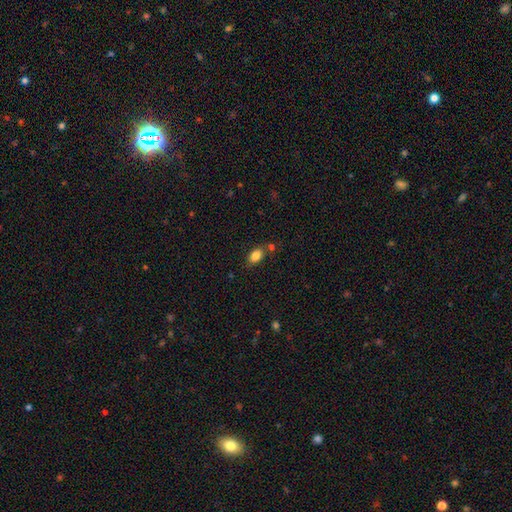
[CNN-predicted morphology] A smooth galaxy with no disk features (84%) that is in between round and cigar-shaped (84%). Merging: none (68%).